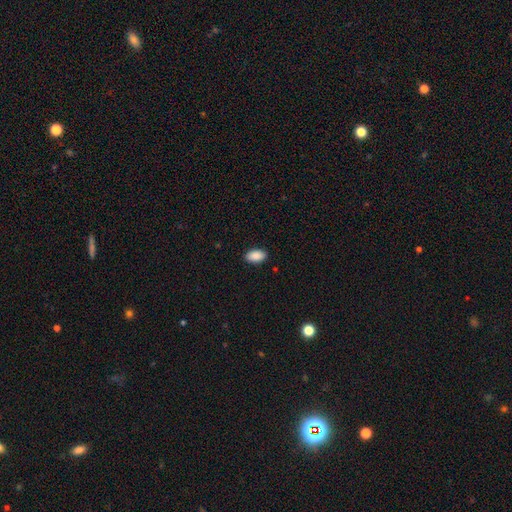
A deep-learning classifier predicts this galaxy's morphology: Smooth or featured: smooth — 90% (star or artifact — 7%)
How rounded: in between — 94% (round — 4%)
Merging: none — 89% (minor disturbance — 8%)